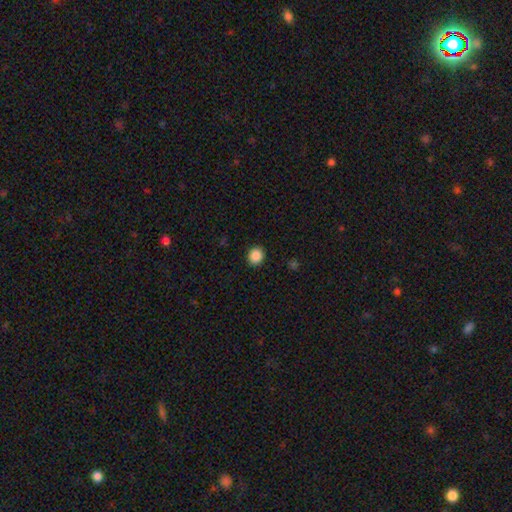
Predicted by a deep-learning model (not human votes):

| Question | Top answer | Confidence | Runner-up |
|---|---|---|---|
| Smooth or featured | smooth | 88% | star or artifact (9%) |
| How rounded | round | 82% | in between (17%) |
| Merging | none | 92% | minor disturbance (5%) |